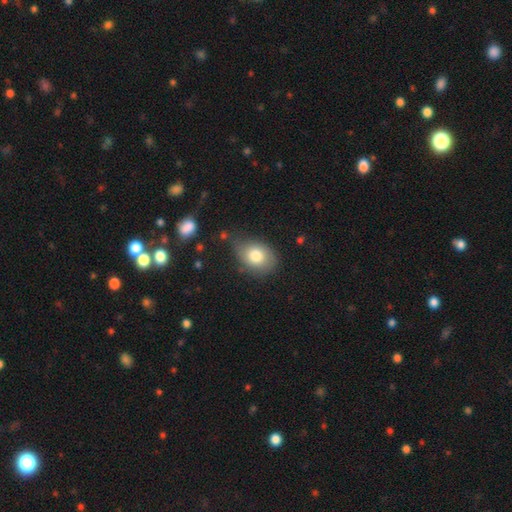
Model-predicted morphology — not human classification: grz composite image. It shows a smooth galaxy with no disk features (79%) that is in between round and cigar-shaped (68%). Merging: none (61%).